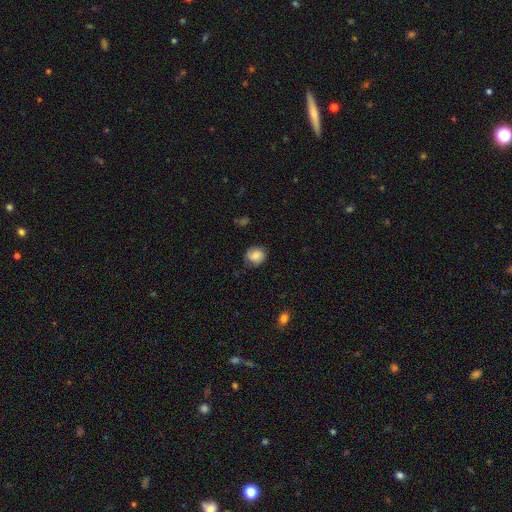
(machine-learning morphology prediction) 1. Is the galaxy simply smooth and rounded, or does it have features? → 76% smooth, 15% featured or disk, 9% star or artifact.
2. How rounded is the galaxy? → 77% round, 22% in between, 1% cigar-shaped.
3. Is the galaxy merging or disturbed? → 70% none, 23% minor disturbance, 6% major disturbance, 1% merger.